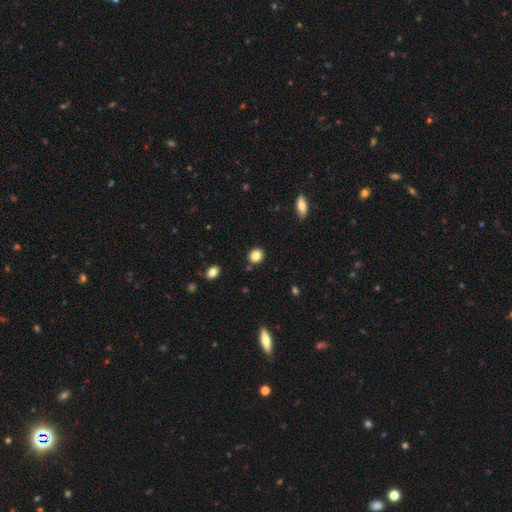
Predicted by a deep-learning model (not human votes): This appears to be a smooth galaxy with no disk features (84%) that is round (78%). Merging: none (87%).